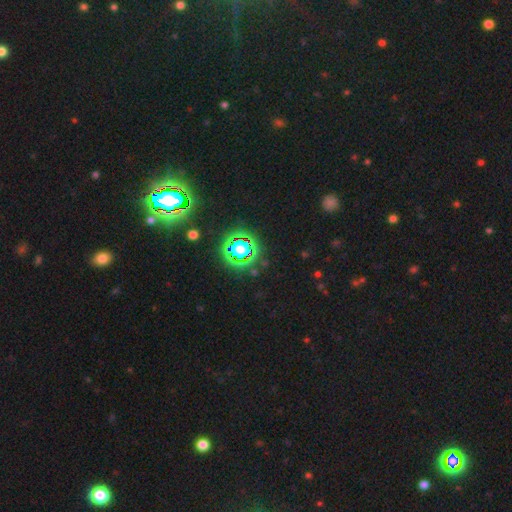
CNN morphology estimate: This appears to be a star or artifact, not a galaxy (78%).